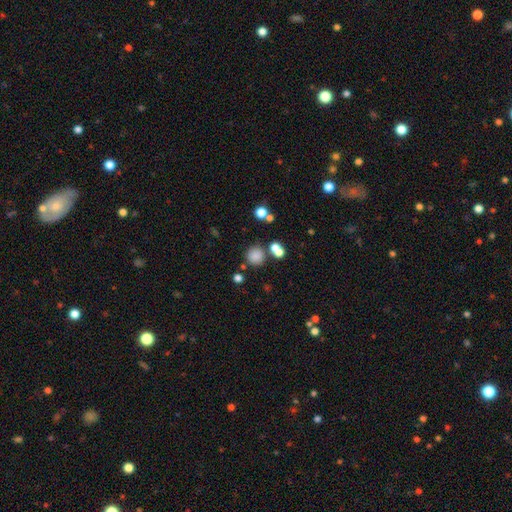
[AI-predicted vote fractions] Morphology: type=smooth (79%); roundness=round (90%); merging=none (71%).